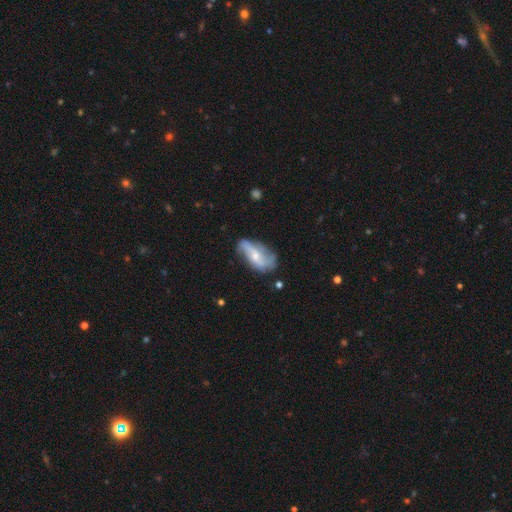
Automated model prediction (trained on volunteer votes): Smooth or featured? Predicted: featured or disk (p=0.61). Edge-on disk? Predicted: no (p=0.90). Bar? Predicted: no (p=0.48). Spiral arms? Predicted: yes (p=0.75). Bulge size? Predicted: small (p=0.51). Merging? Predicted: none (p=0.50).